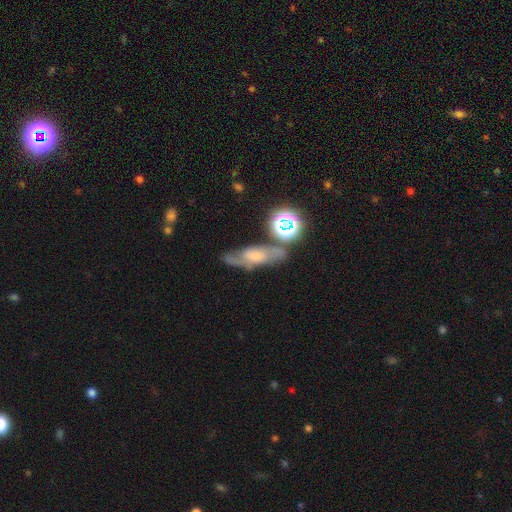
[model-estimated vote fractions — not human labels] A featured or disk galaxy (52%).

Vote fractions:
- Smooth or featured? featured or disk: 52% / smooth: 28% / star or artifact: 19%
- Edge-on disk? no: 74% / yes: 26%
- Merging? none: 59% / minor disturbance: 20% / merger: 12% / major disturbance: 10%